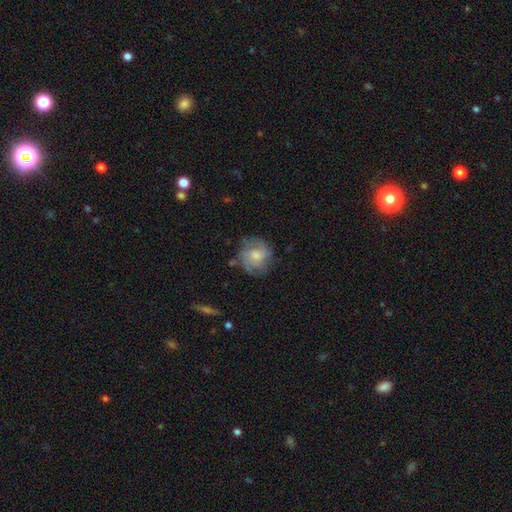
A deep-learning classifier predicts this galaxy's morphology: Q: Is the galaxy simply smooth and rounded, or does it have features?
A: featured or disk — 49%.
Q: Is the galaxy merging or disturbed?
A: none — 67%.